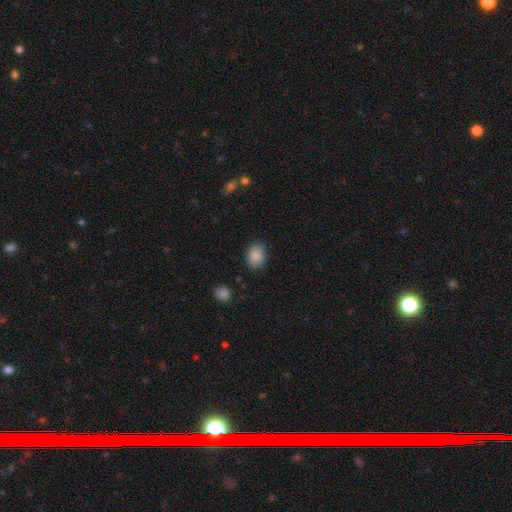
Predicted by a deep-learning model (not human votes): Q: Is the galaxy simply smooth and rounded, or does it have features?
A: smooth — 88%.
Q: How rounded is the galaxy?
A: in between — 63%.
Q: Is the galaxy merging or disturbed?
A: none — 84%.